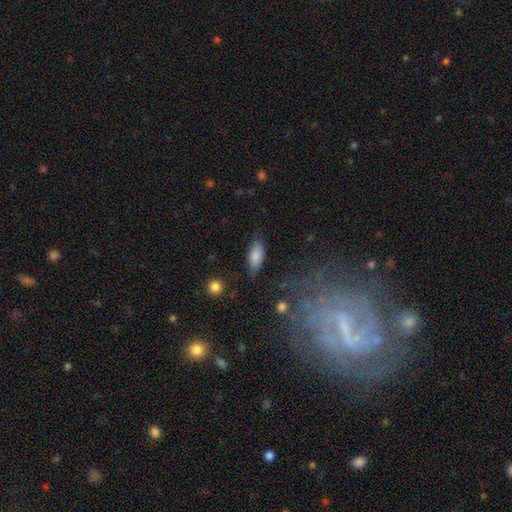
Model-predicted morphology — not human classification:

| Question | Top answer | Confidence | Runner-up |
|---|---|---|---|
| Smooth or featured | smooth | 84% | featured or disk (9%) |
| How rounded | in between | 83% | cigar-shaped (15%) |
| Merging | none | 74% | minor disturbance (19%) |